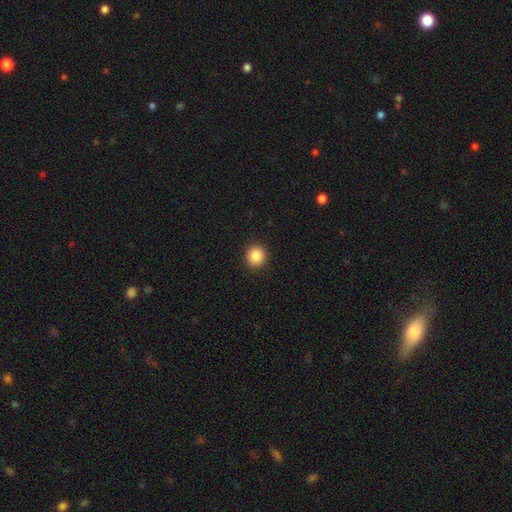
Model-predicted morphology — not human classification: smooth-or-featured: smooth: 87% | star or artifact: 10% | featured or disk: 4%
  how-rounded: round: 90% | in between: 9% | cigar-shaped: 1%
  merging: none: 92% | minor disturbance: 5% | major disturbance: 2% | merger: 1%